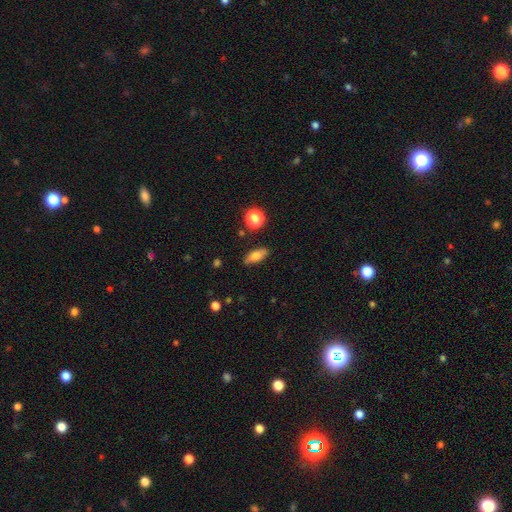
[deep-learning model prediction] Smooth or featured: smooth — 74% (featured or disk — 17%)
How rounded: in between — 71% (cigar-shaped — 23%)
Merging: none — 83% (minor disturbance — 12%)